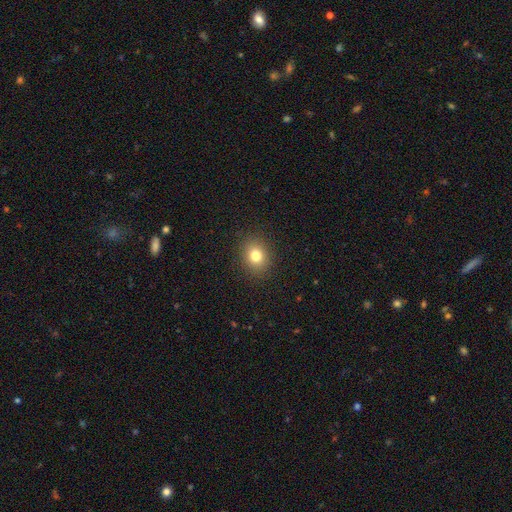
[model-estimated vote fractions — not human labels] Overall: smooth (80%). How rounded: round (59%; in between 40%). Merging: none (89%).